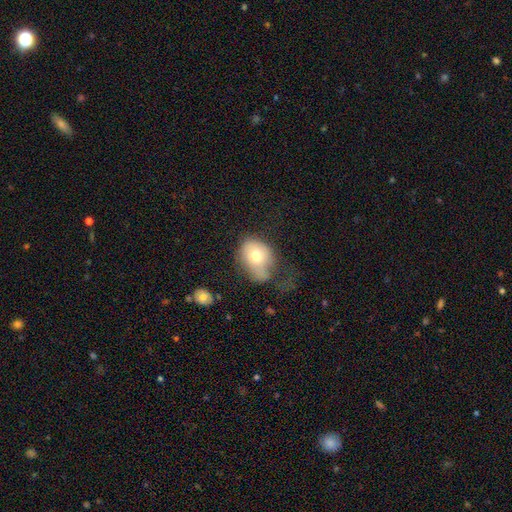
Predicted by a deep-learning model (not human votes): smooth 70%, featured or disk 21%, star or artifact 9%. Down the decision tree: how rounded — in between (55%); merging — major disturbance (41%).